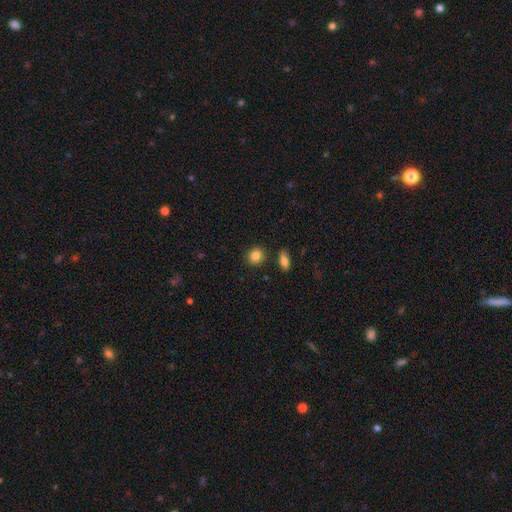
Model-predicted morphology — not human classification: smooth_or_featured: smooth (p=0.86) [alt: star or artifact p=0.09]
how_rounded: round (p=0.73) [alt: in between p=0.26]
merging: none (p=0.86) [alt: minor disturbance p=0.08]